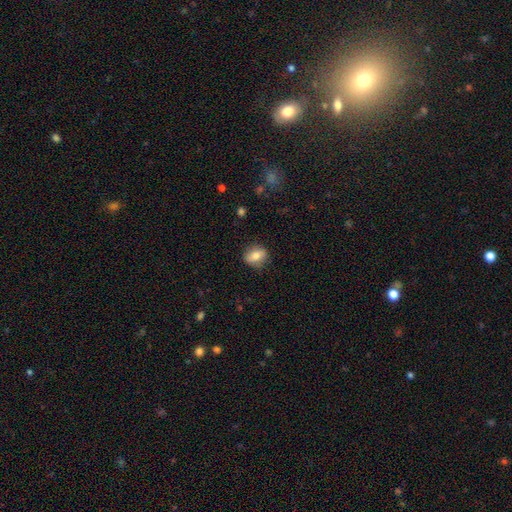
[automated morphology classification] The model was most divided on "how rounded": in between: 49%, round: 48%, cigar-shaped: 3%. More confident: merging — none (84%); smooth or featured — smooth (70%).